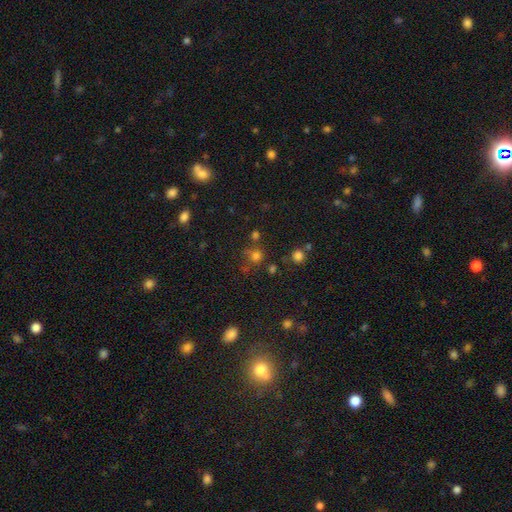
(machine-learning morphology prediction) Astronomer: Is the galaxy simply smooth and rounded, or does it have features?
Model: smooth — 69%.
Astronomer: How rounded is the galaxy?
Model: round — 87%.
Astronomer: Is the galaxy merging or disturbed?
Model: none — 65%.